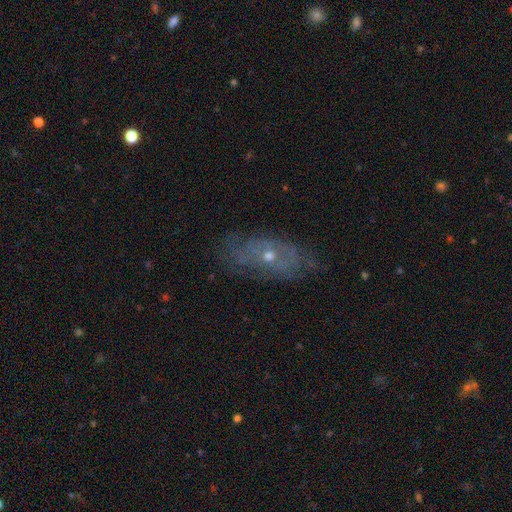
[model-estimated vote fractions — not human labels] Smooth or featured? featured or disk (60%)
Edge-on disk? no (83%)
Bar? no (85%)
Spiral arms? yes (60%)
Bulge size? small (55%)
Merging? none (74%)